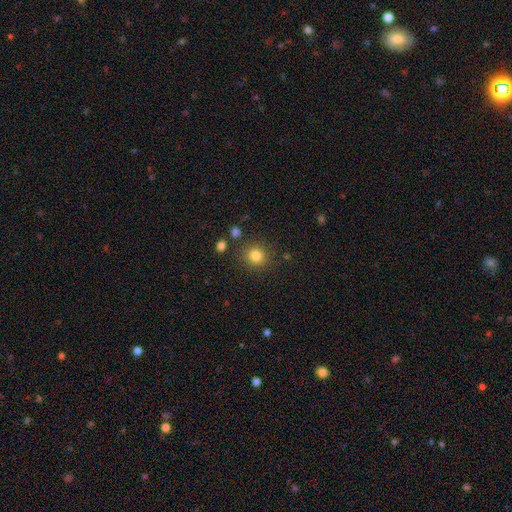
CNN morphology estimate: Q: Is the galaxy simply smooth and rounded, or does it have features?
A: smooth — 82%.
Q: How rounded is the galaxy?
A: round — 87%.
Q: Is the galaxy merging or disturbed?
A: none — 85%.